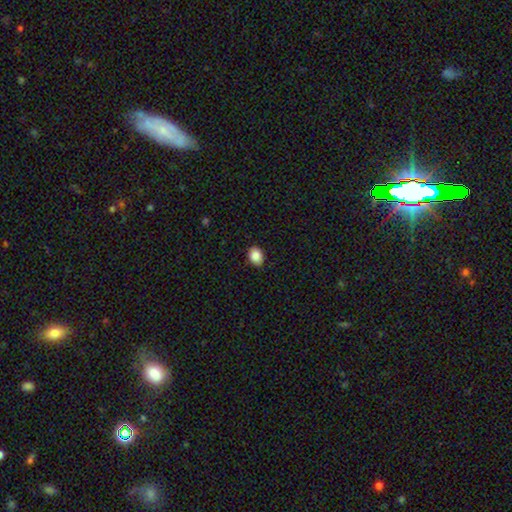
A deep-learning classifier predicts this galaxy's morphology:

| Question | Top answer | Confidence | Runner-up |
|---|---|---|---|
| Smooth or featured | smooth | 87% | star or artifact (8%) |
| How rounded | in between | 63% | round (36%) |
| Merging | none | 88% | minor disturbance (9%) |